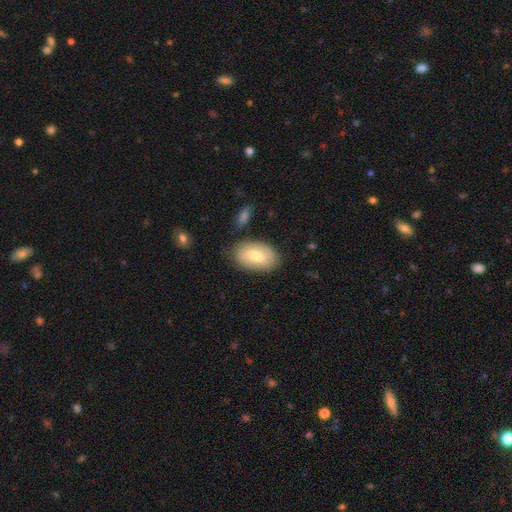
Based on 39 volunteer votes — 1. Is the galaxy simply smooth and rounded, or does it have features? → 79% smooth, 21% featured or disk, 0% star or artifact.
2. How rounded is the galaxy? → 97% in between, 3% round, 0% cigar-shaped.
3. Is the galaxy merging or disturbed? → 90% none, 8% minor disturbance, 3% major disturbance, 0% merger.